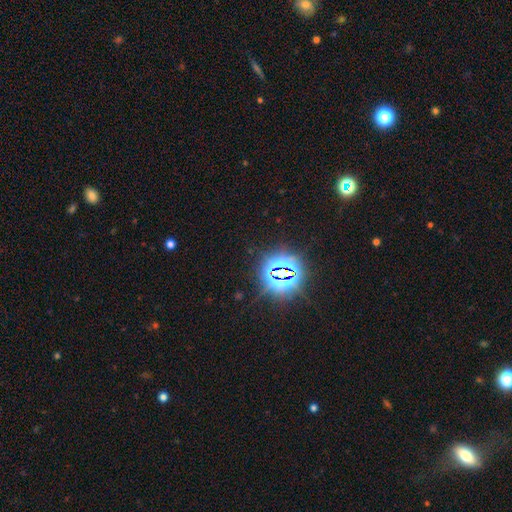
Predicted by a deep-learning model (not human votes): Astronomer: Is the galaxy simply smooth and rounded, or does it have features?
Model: star or artifact — 79%.